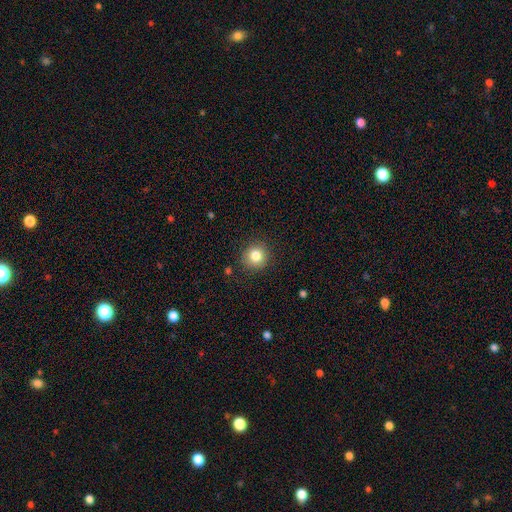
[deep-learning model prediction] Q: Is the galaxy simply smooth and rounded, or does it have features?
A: smooth — 82%.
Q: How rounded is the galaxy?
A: round — 92%.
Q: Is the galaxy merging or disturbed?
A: none — 89%.